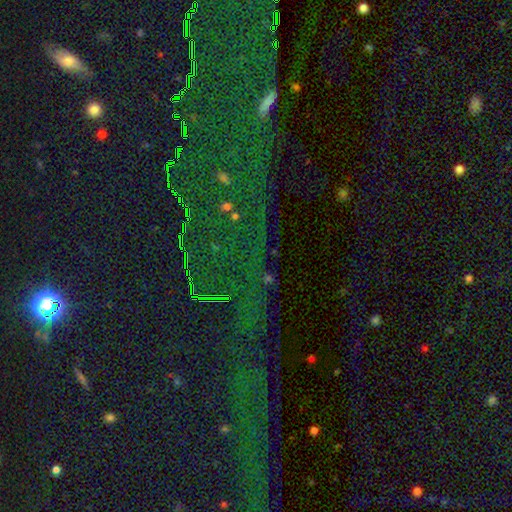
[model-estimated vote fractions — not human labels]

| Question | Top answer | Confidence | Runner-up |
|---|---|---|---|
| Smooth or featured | star or artifact | 80% | smooth (10%) |